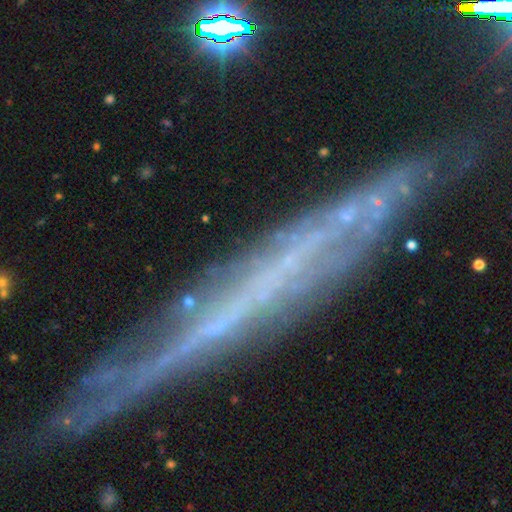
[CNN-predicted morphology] A featured or disk galaxy (66%) viewed edge-on (86%) with no central bulge (77%).

Vote fractions:
- Smooth or featured? featured or disk: 66% / smooth: 19% / star or artifact: 15%
- Edge-on disk? yes: 86% / no: 14%
- Edge-on bulge? none: 77% / rounded: 14% / boxy: 9%
- Merging? none: 74% / minor disturbance: 18% / major disturbance: 5% / merger: 3%